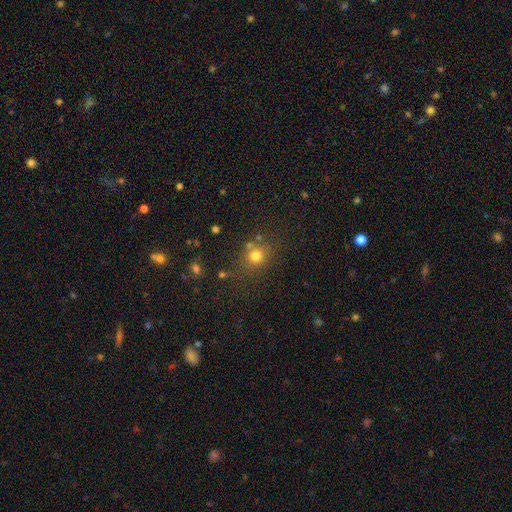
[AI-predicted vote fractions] Q: Smooth or featured?
A: smooth (75%); runner-up: star or artifact (17%)
Q: How rounded?
A: round (78%); runner-up: in between (21%)
Q: Merging?
A: none (72%); runner-up: minor disturbance (13%)